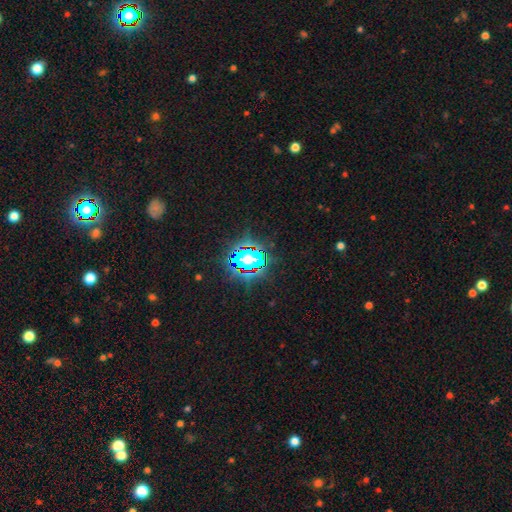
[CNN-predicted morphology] Smooth or featured? star or artifact (65%)